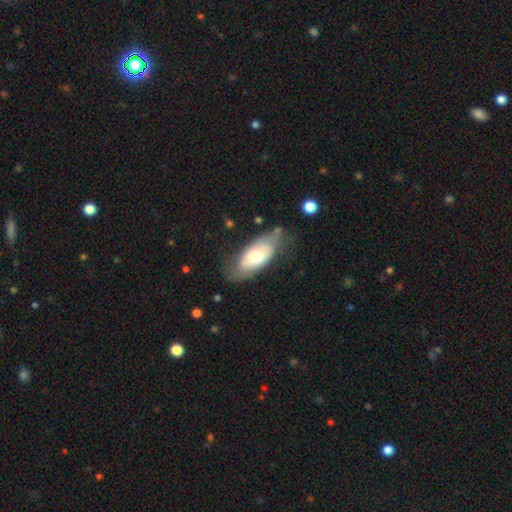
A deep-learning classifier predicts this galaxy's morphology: A smooth galaxy with no disk features (50%) that is in between round and cigar-shaped (87%). Merging: none (56%).